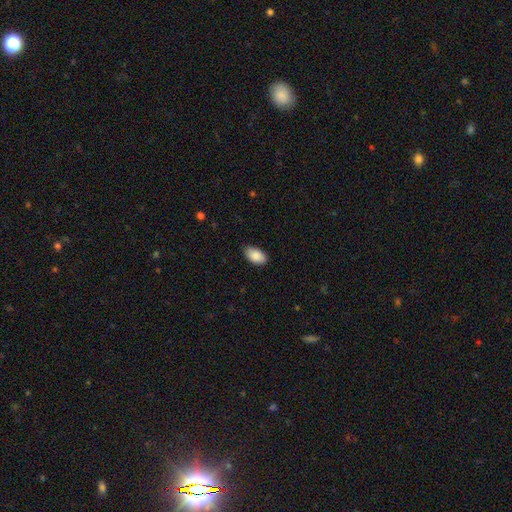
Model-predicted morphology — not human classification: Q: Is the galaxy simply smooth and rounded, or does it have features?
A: smooth — 90%.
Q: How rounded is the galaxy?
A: in between — 94%.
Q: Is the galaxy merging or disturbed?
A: none — 86%.